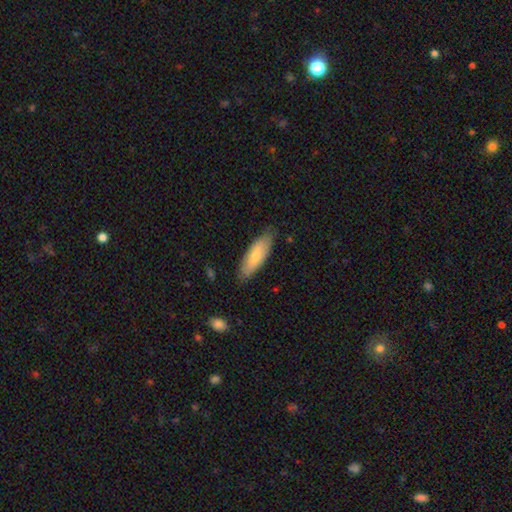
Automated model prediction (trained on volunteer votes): A smooth galaxy with no disk features (70%) that is in between round and cigar-shaped (63%).

Vote fractions:
- Smooth or featured? smooth: 70% / featured or disk: 25% / star or artifact: 5%
- How rounded? in between: 63% / cigar-shaped: 35% / round: 2%
- Merging? none: 79% / minor disturbance: 17% / major disturbance: 3% / merger: 1%